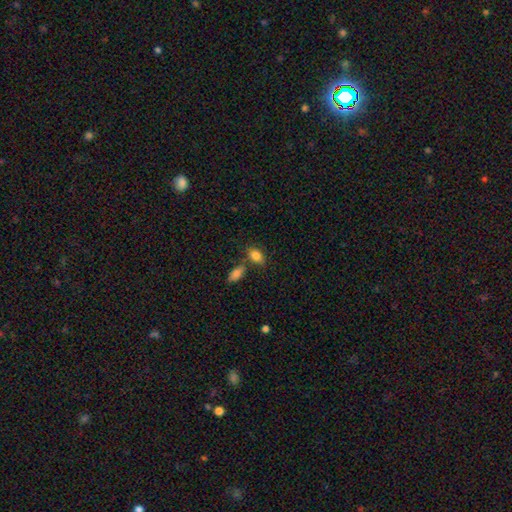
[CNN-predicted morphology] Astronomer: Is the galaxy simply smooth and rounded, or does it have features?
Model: smooth — 85%.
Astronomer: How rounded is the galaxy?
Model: in between — 84%.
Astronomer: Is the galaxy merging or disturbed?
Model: none — 62%.